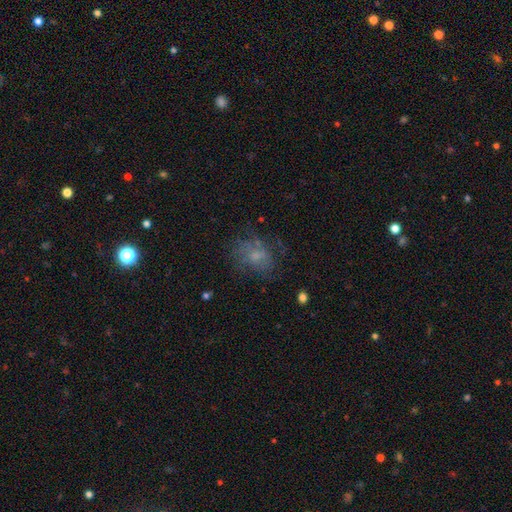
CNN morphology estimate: type=smooth (48%); merging=none (55%).